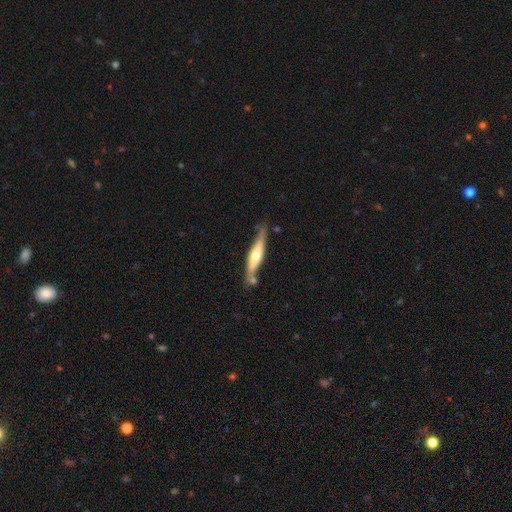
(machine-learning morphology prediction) Smooth or featured?
  - featured or disk: 54% *
  - smooth: 41%
  - star or artifact: 5%
Edge-on disk?
  - yes: 87% *
  - no: 13%
Merging?
  - none: 63% *
  - minor disturbance: 20%
  - merger: 12%
  - major disturbance: 5%